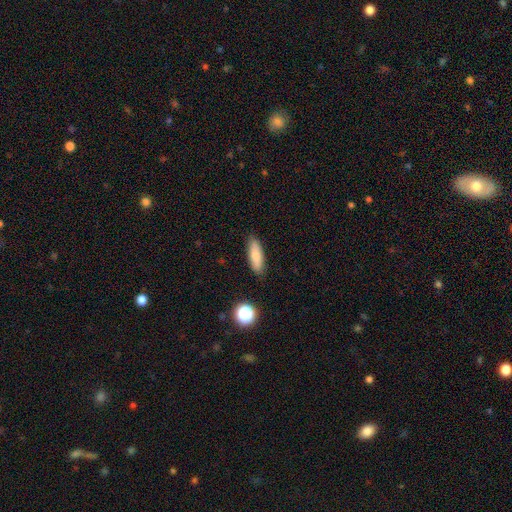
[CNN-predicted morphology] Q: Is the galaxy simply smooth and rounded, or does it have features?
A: smooth — 80%.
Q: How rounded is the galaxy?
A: in between — 50%.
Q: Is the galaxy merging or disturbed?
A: none — 87%.